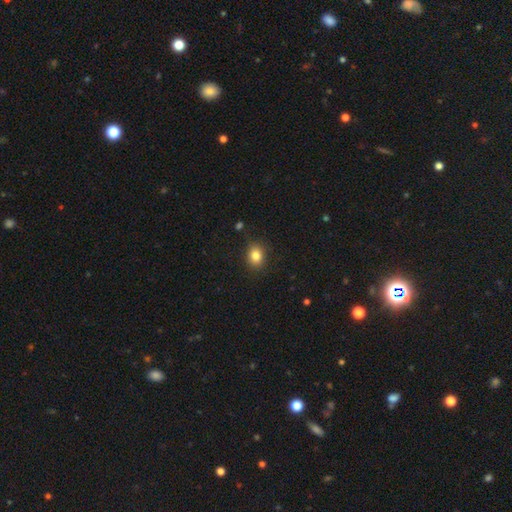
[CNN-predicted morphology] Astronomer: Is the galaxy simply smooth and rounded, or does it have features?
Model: smooth — 84%.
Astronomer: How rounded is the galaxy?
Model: in between — 51% (runner-up: round, 49%).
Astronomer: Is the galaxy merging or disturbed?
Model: none — 87%.